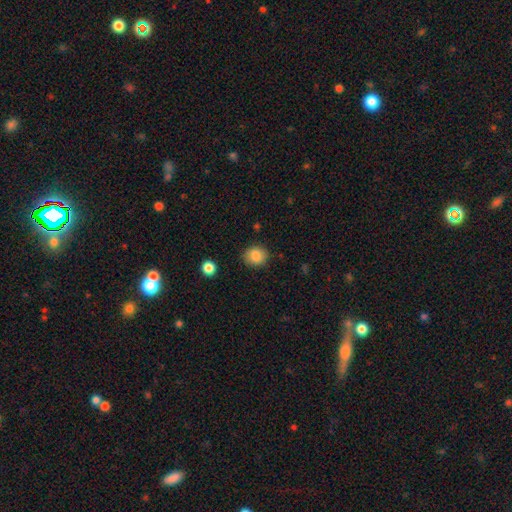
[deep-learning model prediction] Smooth or featured? smooth (85%)
How rounded? round (76%)
Merging? none (86%)